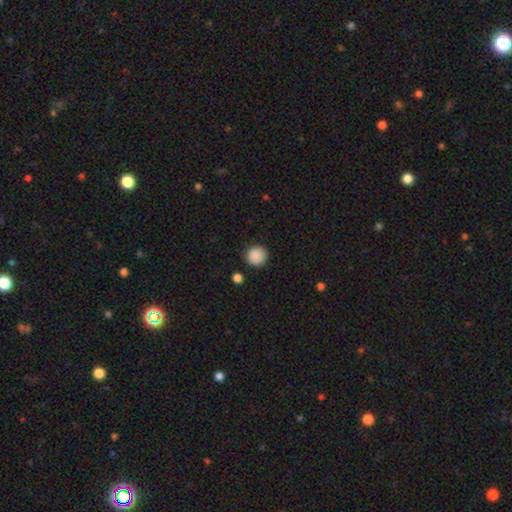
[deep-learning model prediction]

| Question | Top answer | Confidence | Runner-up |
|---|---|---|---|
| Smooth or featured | smooth | 89% | star or artifact (9%) |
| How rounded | round | 94% | in between (5%) |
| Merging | none | 90% | minor disturbance (6%) |